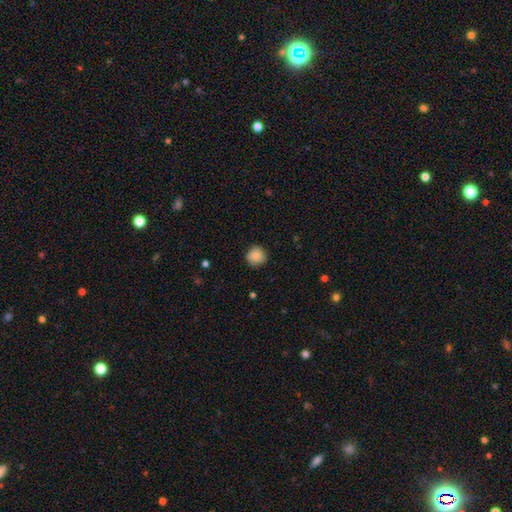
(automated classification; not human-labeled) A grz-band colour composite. It shows a smooth galaxy with no disk features (82%) that is round (89%). Merging: none (78%).